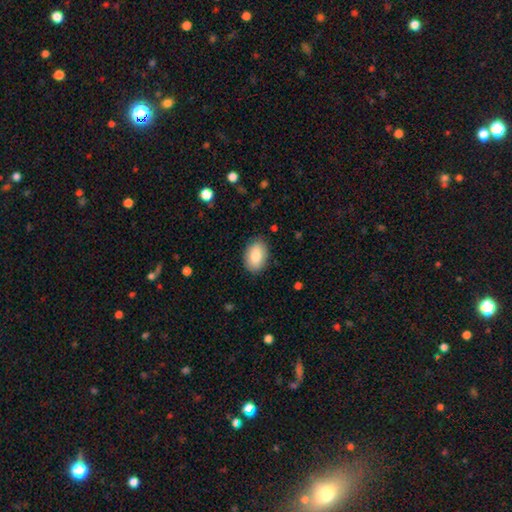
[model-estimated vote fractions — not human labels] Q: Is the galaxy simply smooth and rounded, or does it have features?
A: smooth — 85%.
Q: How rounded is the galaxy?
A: in between — 88%.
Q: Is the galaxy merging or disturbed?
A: none — 87%.